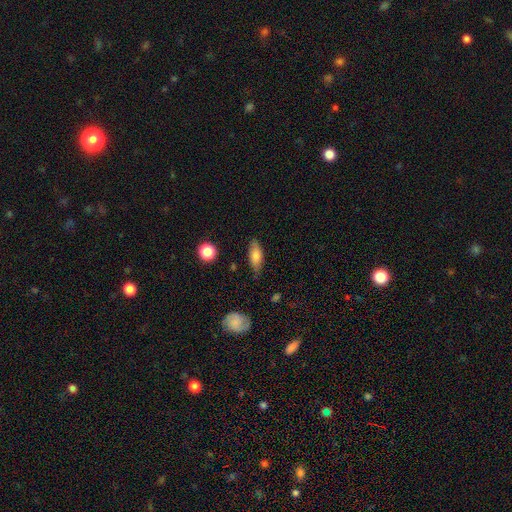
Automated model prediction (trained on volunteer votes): Morphology: type=smooth (73%); roundness=in between (69%); merging=none (74%).